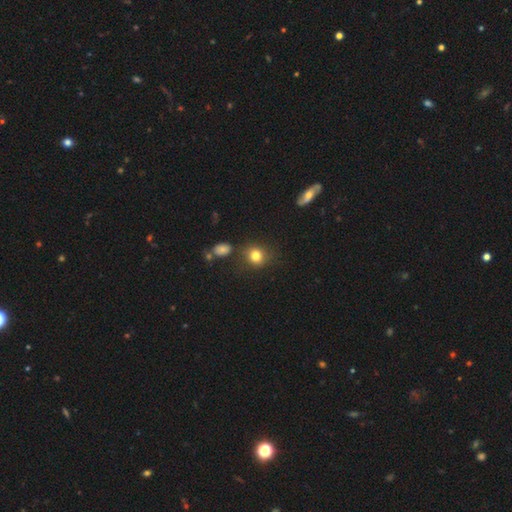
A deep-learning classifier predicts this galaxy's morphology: Smooth or featured? Predicted: smooth (p=0.79). How rounded? Predicted: round (p=0.76). Merging? Predicted: none (p=0.76).